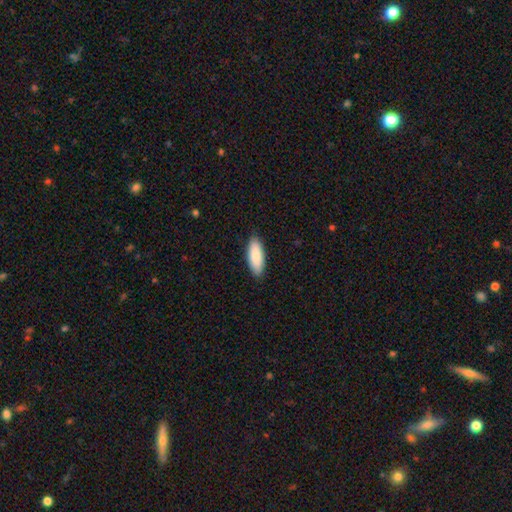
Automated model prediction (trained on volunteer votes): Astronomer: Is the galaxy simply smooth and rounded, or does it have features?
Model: smooth — 85%.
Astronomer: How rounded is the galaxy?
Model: in between — 75%.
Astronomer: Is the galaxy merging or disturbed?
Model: none — 87%.